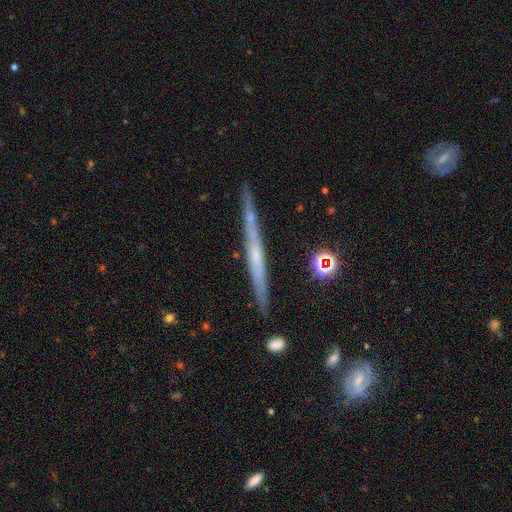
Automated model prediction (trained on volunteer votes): A featured or disk galaxy (67%) viewed edge-on (96%) with no central bulge (70%). Merging: none (86%).